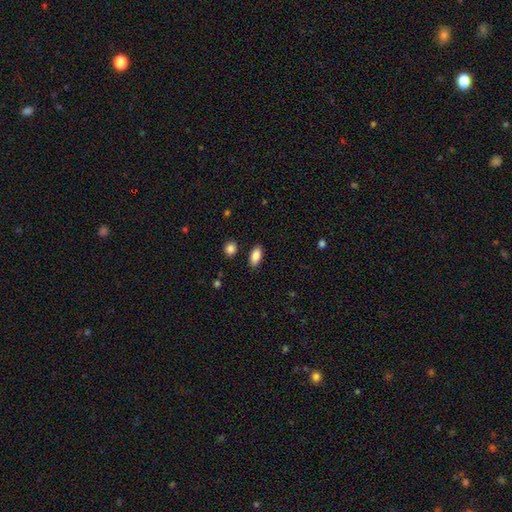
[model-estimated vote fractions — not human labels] Q: Smooth or featured?
A: smooth (88%); runner-up: star or artifact (7%)
Q: How rounded?
A: in between (89%); runner-up: cigar-shaped (8%)
Q: Merging?
A: none (87%); runner-up: minor disturbance (9%)